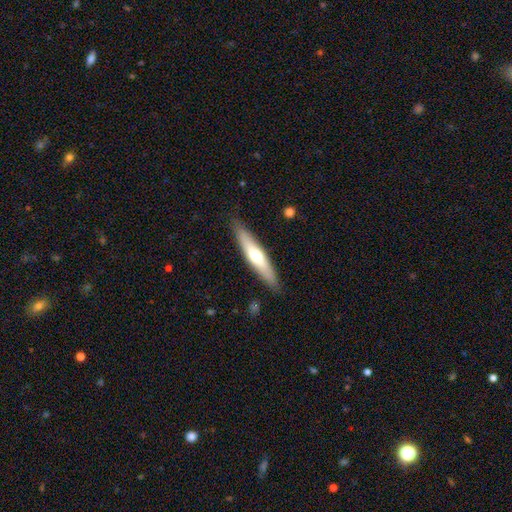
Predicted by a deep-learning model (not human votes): This is possibly a smooth galaxy (52%). How rounded: clearly cigar-shaped (86%). Merging: clearly none (88%).